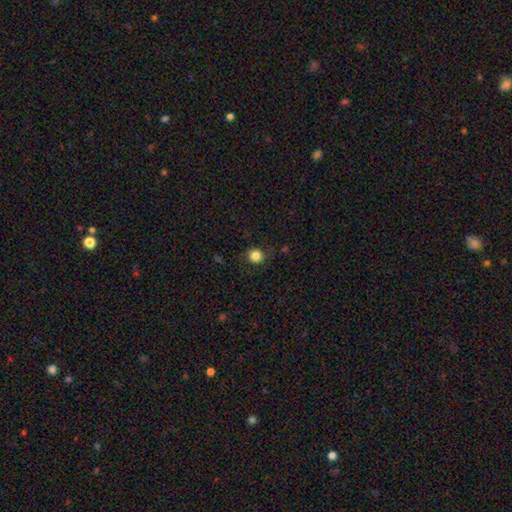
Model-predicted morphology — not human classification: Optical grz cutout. It shows a smooth galaxy with no disk features (83%) that is round (89%). Merging: none (84%).